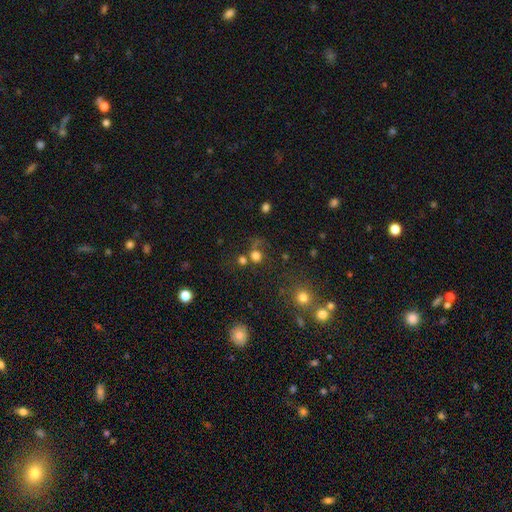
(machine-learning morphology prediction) Smooth or featured? smooth (70%)
How rounded? round (84%)
Merging? none (48%)